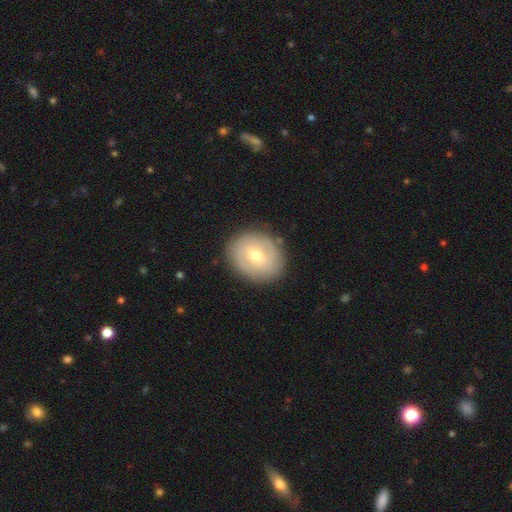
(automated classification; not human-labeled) smooth 48%, featured or disk 44%, star or artifact 7%. Down the decision tree: merging — none (85%).